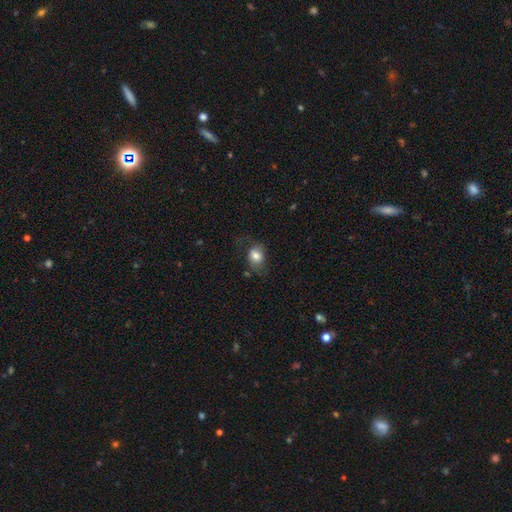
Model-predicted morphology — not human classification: type=smooth (77%); roundness=in between (66%); merging=none (58%).